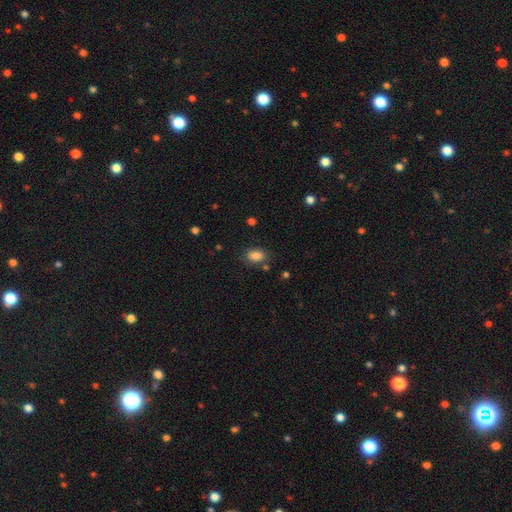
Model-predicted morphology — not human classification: smooth-or-featured: smooth: 86% | star or artifact: 9% | featured or disk: 5%
  how-rounded: in between: 87% | round: 12% | cigar-shaped: 2%
  merging: none: 79% | minor disturbance: 14% | major disturbance: 4% | merger: 4%